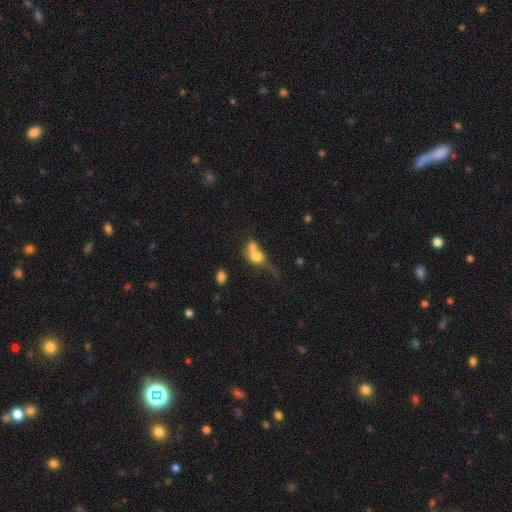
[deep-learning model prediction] A smooth galaxy with no disk features (67%) that is round (52%). Merging: merger (63%).